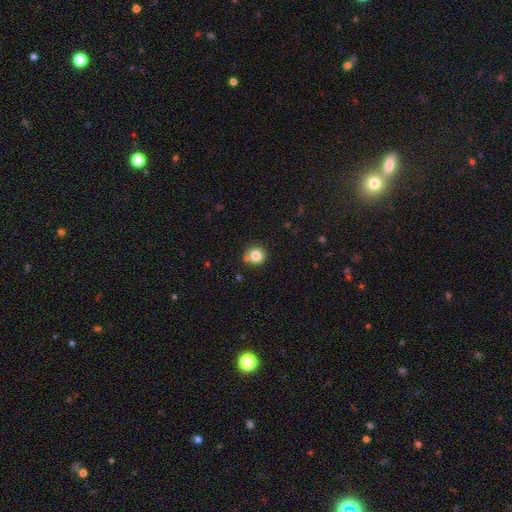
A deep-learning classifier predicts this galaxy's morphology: This is clearly a smooth galaxy (81%). How rounded: clearly round (93%). Merging: likely none (76%).